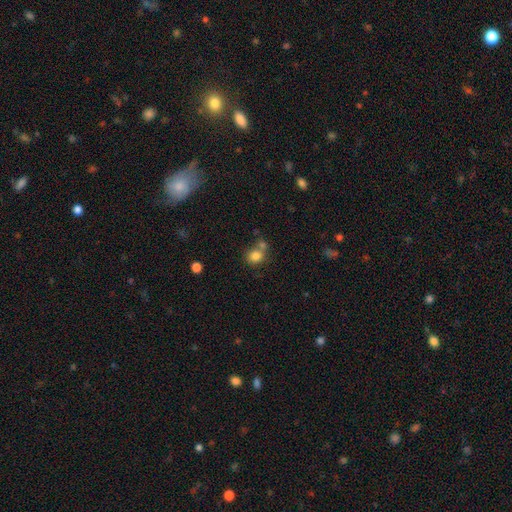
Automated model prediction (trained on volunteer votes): Smooth or featured?
  - smooth: 81% *
  - star or artifact: 11%
  - featured or disk: 8%
How rounded?
  - round: 75% *
  - in between: 24%
  - cigar-shaped: 1%
Merging?
  - none: 50% *
  - merger: 35%
  - minor disturbance: 11%
  - major disturbance: 4%